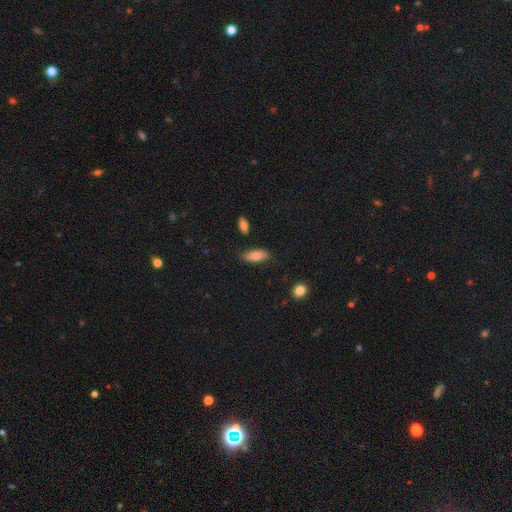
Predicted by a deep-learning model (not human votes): smooth-or-featured: smooth: 79% | featured or disk: 15% | star or artifact: 7%
  how-rounded: in between: 80% | cigar-shaped: 18% | round: 3%
  merging: none: 81% | minor disturbance: 14% | major disturbance: 3% | merger: 3%